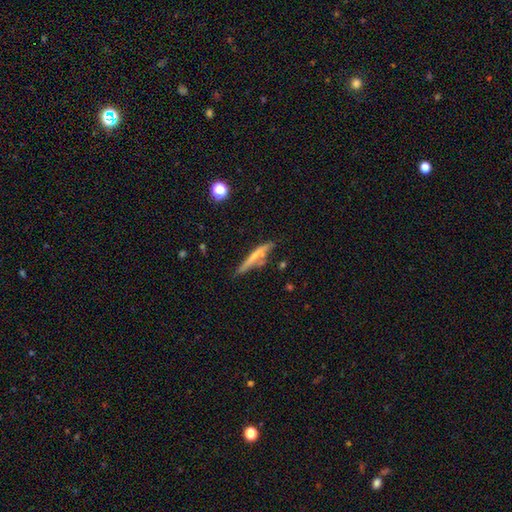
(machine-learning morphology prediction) smooth 48%, featured or disk 45%, star or artifact 8%. Down the decision tree: merging — none (60%).